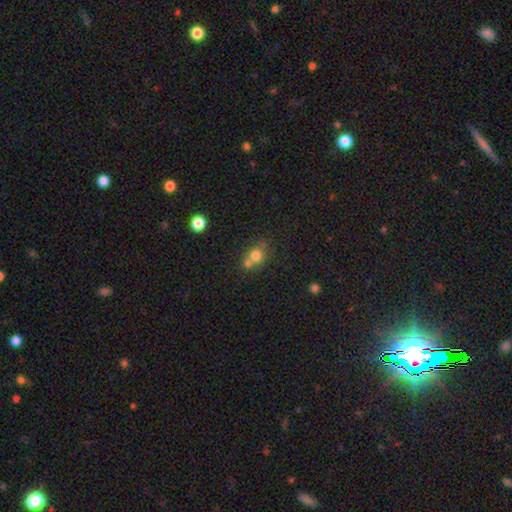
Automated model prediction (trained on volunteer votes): smooth-or-featured: smooth: 74% | star or artifact: 13% | featured or disk: 13%
  how-rounded: round: 80% | in between: 19% | cigar-shaped: 1%
  merging: merger: 47% | none: 41% | minor disturbance: 9% | major disturbance: 4%